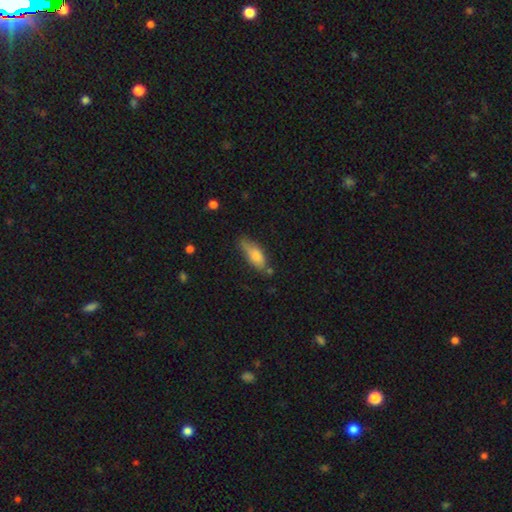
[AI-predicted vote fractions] A smooth galaxy with no disk features (78%) that is in between round and cigar-shaped (72%). Merging: none (50%).